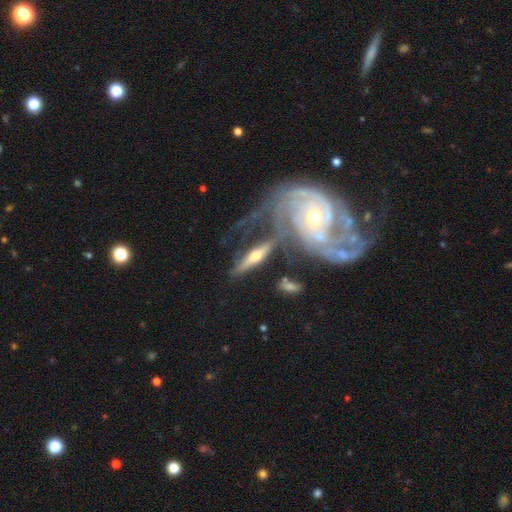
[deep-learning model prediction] A featured or disk galaxy (72%) viewed edge-on (63%). Merging: none (43%).